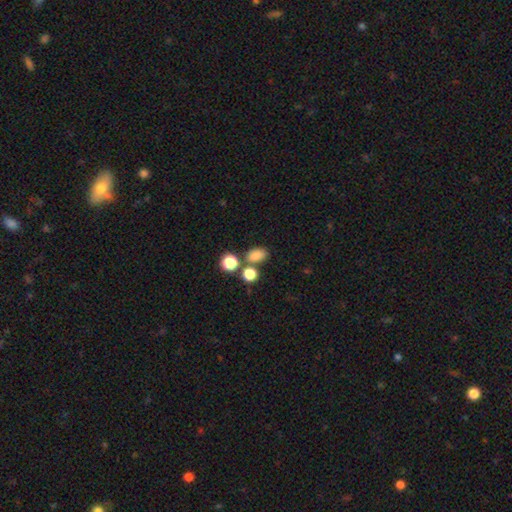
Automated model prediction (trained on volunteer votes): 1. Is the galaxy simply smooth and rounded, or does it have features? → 81% smooth, 13% star or artifact, 6% featured or disk.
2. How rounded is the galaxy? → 76% in between, 23% round, 1% cigar-shaped.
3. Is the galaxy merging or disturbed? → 65% none, 19% merger, 12% minor disturbance, 4% major disturbance.